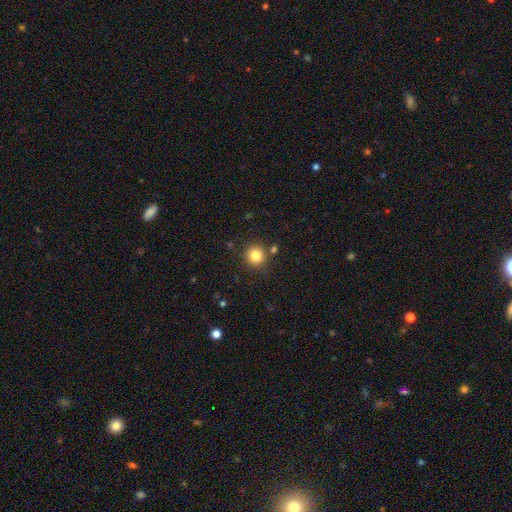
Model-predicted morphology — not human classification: Q: Smooth or featured?
A: smooth (82%); runner-up: star or artifact (12%)
Q: How rounded?
A: round (94%); runner-up: in between (6%)
Q: Merging?
A: none (86%); runner-up: minor disturbance (7%)